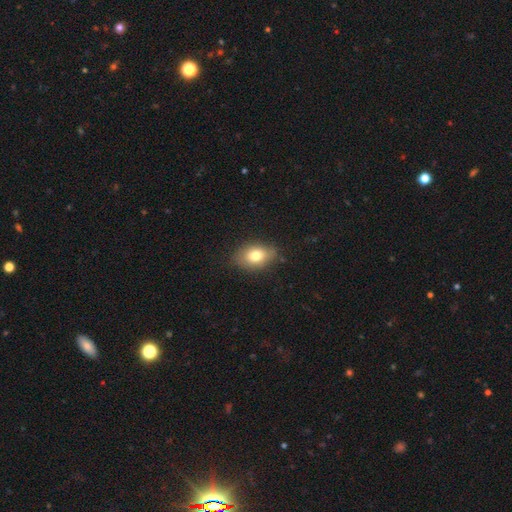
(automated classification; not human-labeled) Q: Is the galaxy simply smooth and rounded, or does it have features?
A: smooth — 76%.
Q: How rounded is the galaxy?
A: in between — 81%.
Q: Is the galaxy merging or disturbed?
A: none — 79%.